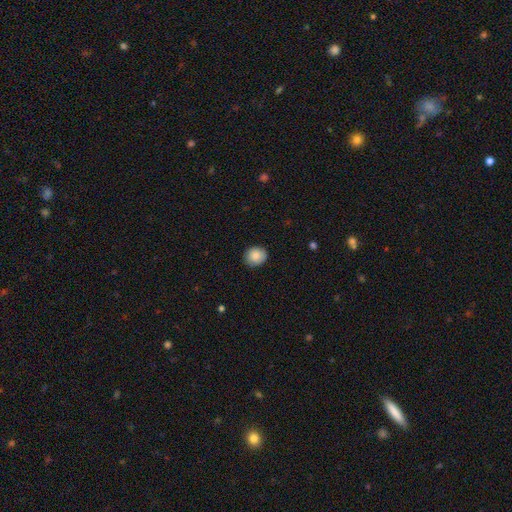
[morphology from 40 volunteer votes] A smooth galaxy with no disk features (90%) that is round (72%).

Vote fractions:
- Smooth or featured? smooth: 90% / star or artifact: 8% / featured or disk: 2%
- How rounded? round: 72% / in between: 28% / cigar-shaped: 0%
- Merging? none: 84% / minor disturbance: 14% / merger: 3% / major disturbance: 0%